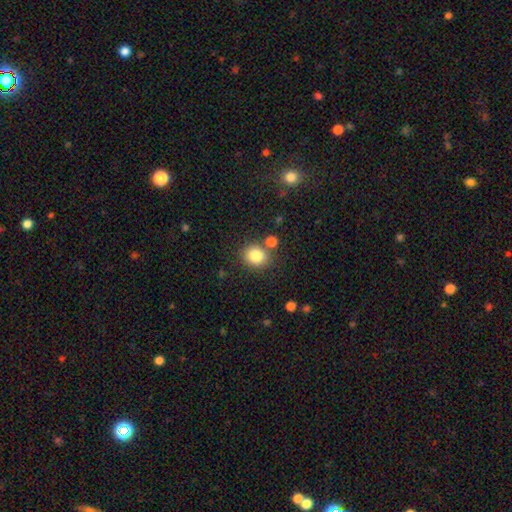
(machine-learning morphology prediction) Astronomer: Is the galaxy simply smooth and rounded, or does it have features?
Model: smooth — 83%.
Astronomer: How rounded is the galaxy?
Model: round — 70%.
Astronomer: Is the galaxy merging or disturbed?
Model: none — 76%.